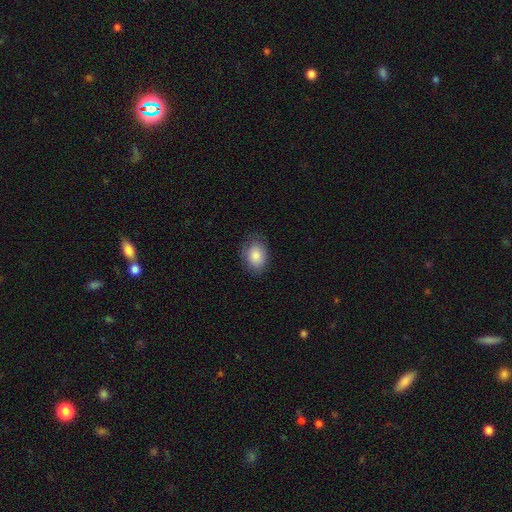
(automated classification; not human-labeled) Smooth or featured?
  - smooth: 85% *
  - featured or disk: 8%
  - star or artifact: 7%
How rounded?
  - in between: 76% *
  - round: 23%
  - cigar-shaped: 1%
Merging?
  - none: 78% *
  - minor disturbance: 17%
  - major disturbance: 4%
  - merger: 1%